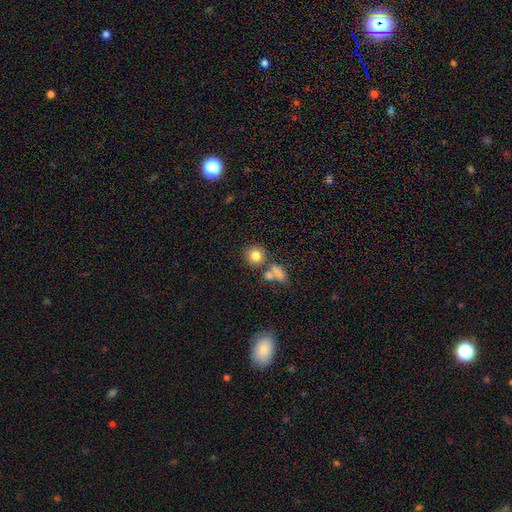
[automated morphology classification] Smooth or featured? smooth (80%)
How rounded? round (86%)
Merging? none (66%)